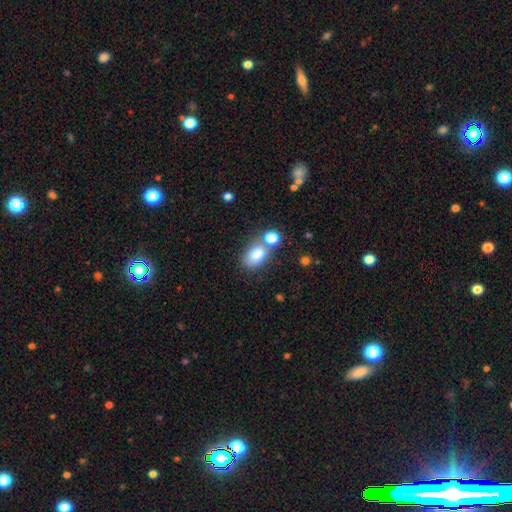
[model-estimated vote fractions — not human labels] A smooth galaxy with no disk features (81%) that is in between round and cigar-shaped (82%). Merging: none (53%).